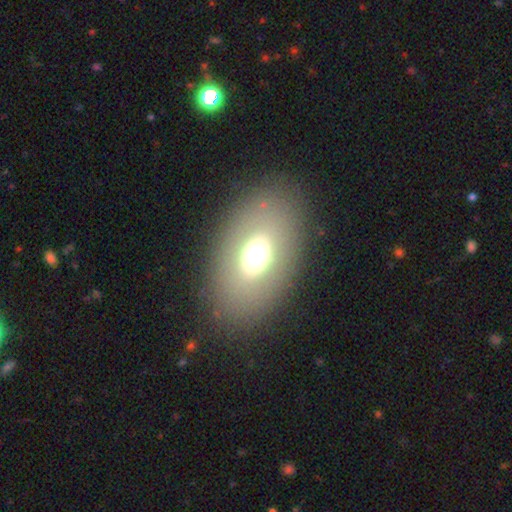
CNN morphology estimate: This appears to be a smooth galaxy with no disk features (62%) that is in between round and cigar-shaped (81%). Merging: none (84%).